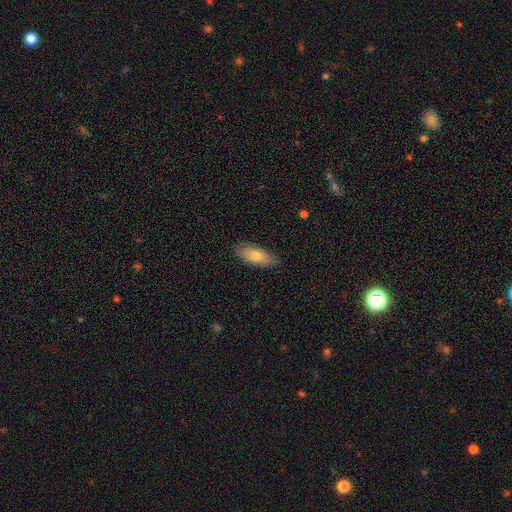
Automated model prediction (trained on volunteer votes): This is likely a smooth galaxy (74%). How rounded: clearly in between (82%). Merging: clearly none (83%).